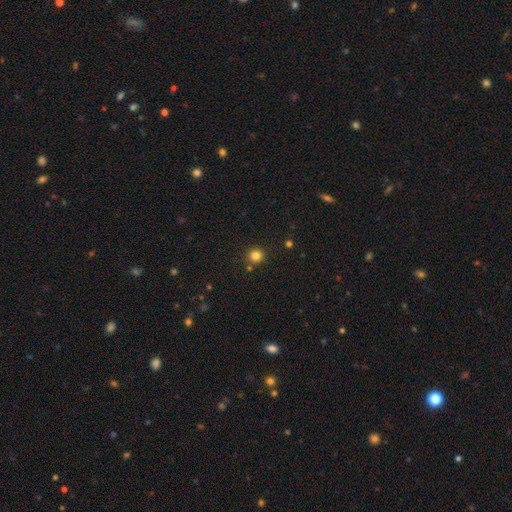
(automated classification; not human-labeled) Smooth or featured? Predicted: smooth (p=0.82). How rounded? Predicted: round (p=0.93). Merging? Predicted: none (p=0.88).